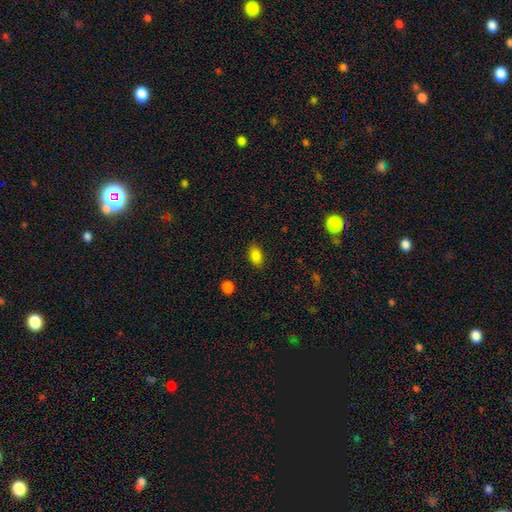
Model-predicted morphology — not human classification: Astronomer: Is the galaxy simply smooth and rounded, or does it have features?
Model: smooth — 86%.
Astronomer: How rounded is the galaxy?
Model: in between — 89%.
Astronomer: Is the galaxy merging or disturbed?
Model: none — 87%.